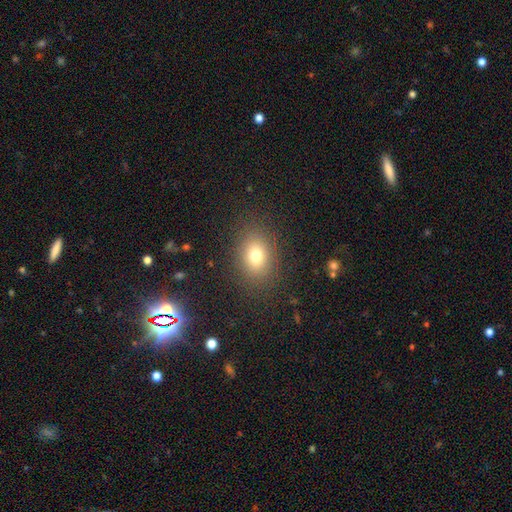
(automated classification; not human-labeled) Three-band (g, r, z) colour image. It shows a smooth galaxy with no disk features (75%) that is in between round and cigar-shaped (61%). Merging: none (85%).